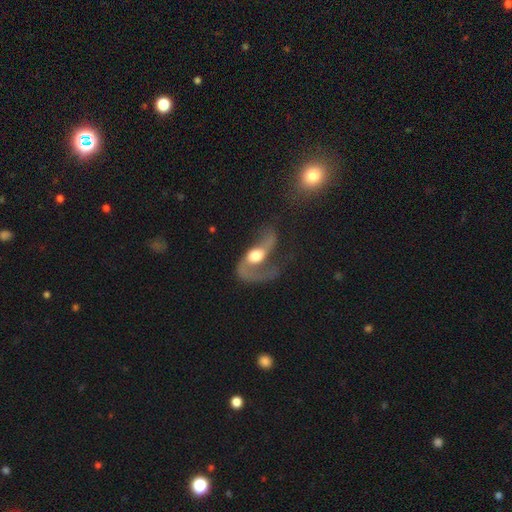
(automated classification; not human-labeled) Overall: featured or disk (74%). Edge-on disk: no (94%). Bar: no (61%; weak 27%). Spiral arms: yes (85%). Spiral arm count: 2 (69%). Spiral winding: loose (70%). Bulge size: moderate (45%; large 42%). Merging: major disturbance (48%; none 30%).